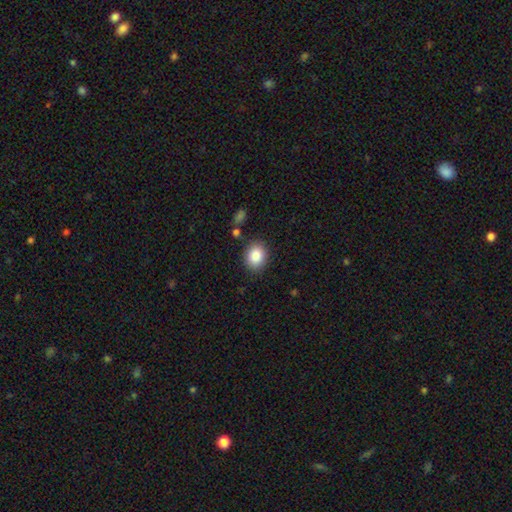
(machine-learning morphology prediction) This is clearly a smooth galaxy (85%). How rounded: possibly round (51%). Merging: clearly none (85%).